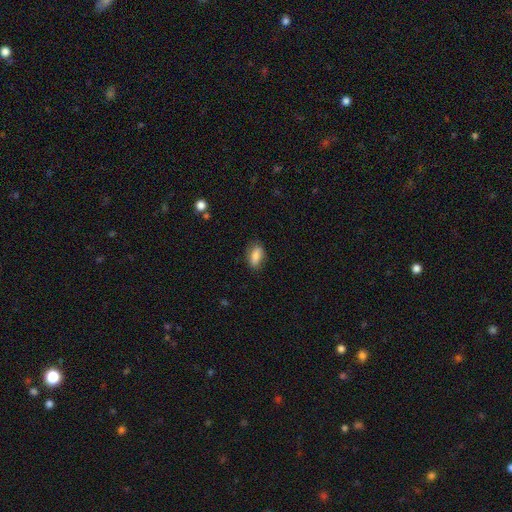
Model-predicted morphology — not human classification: Overall: smooth (83%). How rounded: in between (82%). Merging: none (79%).